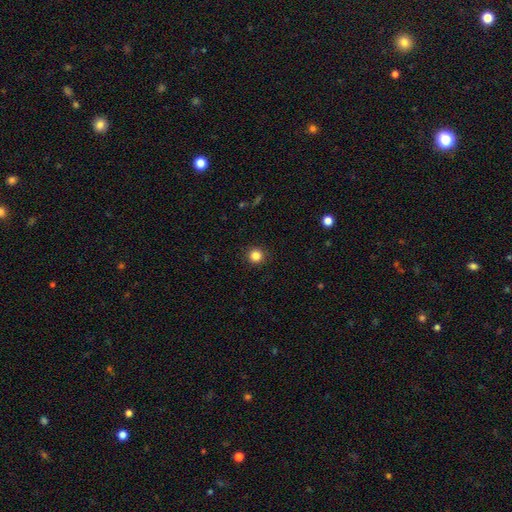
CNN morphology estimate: A smooth galaxy with no disk features (84%) that is round (95%). Merging: none (92%).